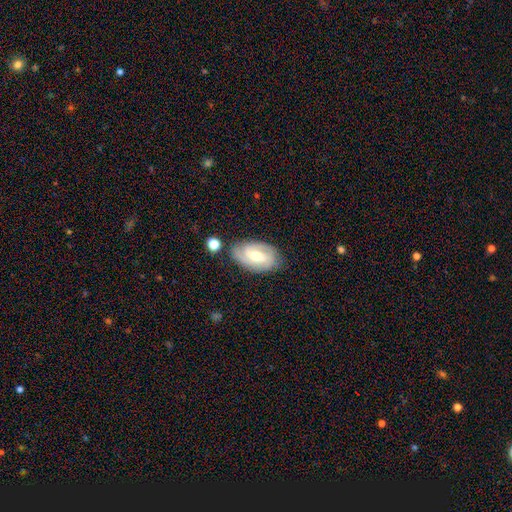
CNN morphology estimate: A featured or disk galaxy (72%) with a weak bar (48%), 2 (51%) tight (51%) spiral arms (90%) and a moderate central bulge (63%). Merging: none (75%).